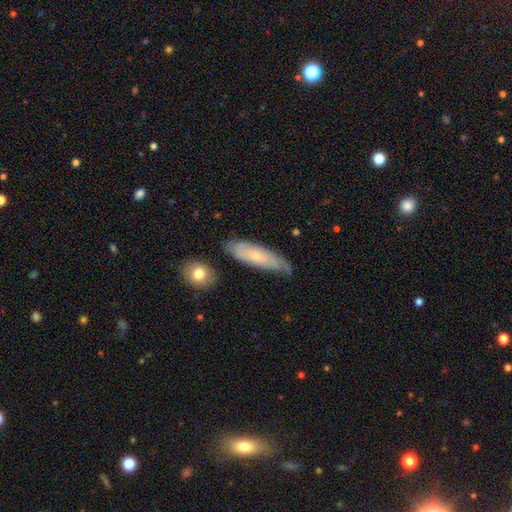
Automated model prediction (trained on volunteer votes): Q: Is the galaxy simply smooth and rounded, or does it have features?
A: featured or disk — 47%, tied with smooth.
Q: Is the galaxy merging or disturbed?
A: none — 61%.